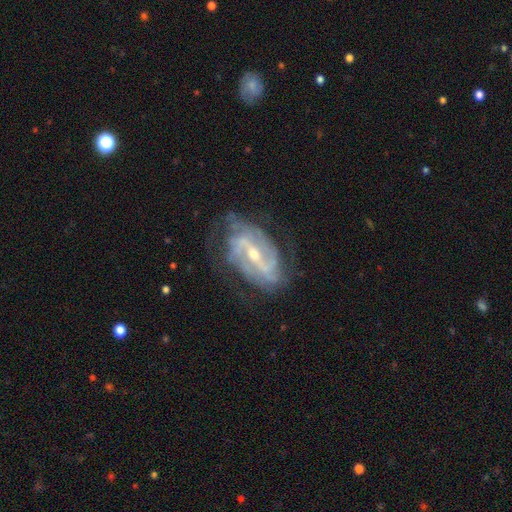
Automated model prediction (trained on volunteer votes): featured or disk 87%, star or artifact 7%, smooth 6%. Down the decision tree: edge-on disk — no (95%); bar — strong (45%); spiral arms — yes (96%); spiral arm count — 2 (47%); spiral winding — tight (45%); bulge size — small (52%); merging — none (72%).